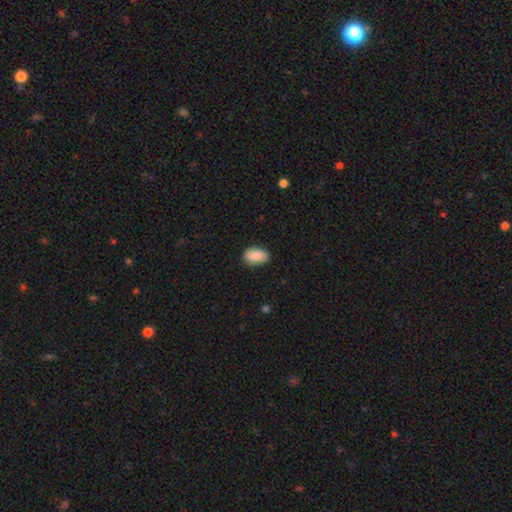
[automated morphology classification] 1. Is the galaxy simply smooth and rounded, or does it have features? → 84% smooth, 9% featured or disk, 7% star or artifact.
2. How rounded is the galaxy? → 88% in between, 10% round, 1% cigar-shaped.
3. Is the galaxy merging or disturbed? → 84% none, 12% minor disturbance, 2% major disturbance, 1% merger.